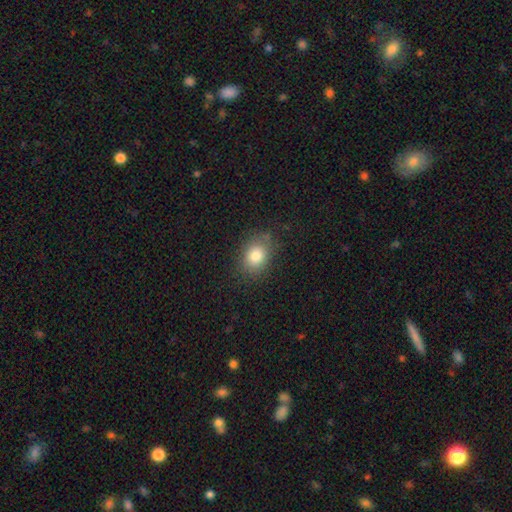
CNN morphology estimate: Smooth or featured?
  - smooth: 81% *
  - star or artifact: 11%
  - featured or disk: 8%
How rounded?
  - in between: 54% *
  - round: 45%
  - cigar-shaped: 1%
Merging?
  - none: 80% *
  - minor disturbance: 14%
  - major disturbance: 5%
  - merger: 2%